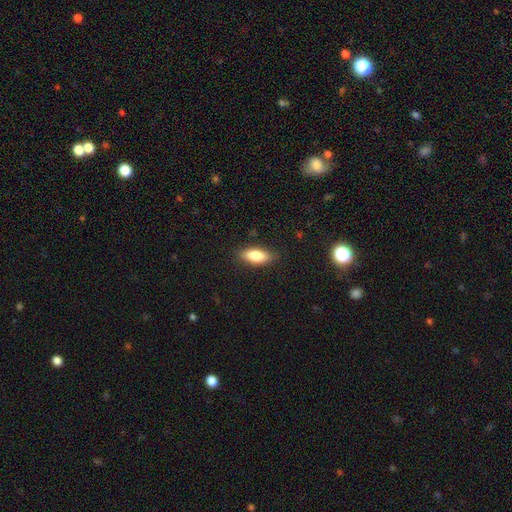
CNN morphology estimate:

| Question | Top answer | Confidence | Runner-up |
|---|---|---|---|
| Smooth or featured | smooth | 82% | featured or disk (11%) |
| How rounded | in between | 76% | cigar-shaped (22%) |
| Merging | none | 86% | minor disturbance (11%) |